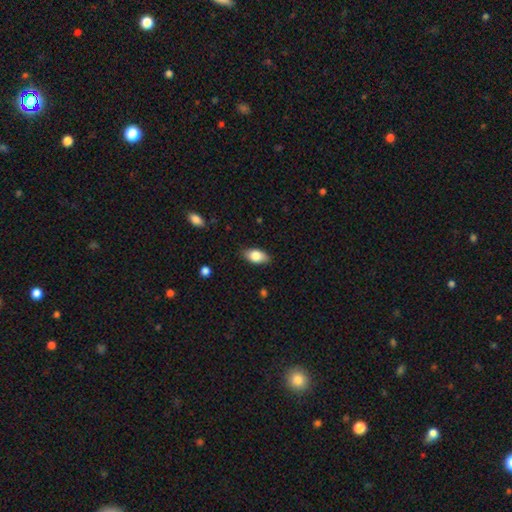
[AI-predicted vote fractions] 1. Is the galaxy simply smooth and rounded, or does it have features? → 81% smooth, 12% featured or disk, 7% star or artifact.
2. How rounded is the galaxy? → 90% in between, 5% round, 4% cigar-shaped.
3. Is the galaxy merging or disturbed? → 83% none, 14% minor disturbance, 3% major disturbance, 1% merger.